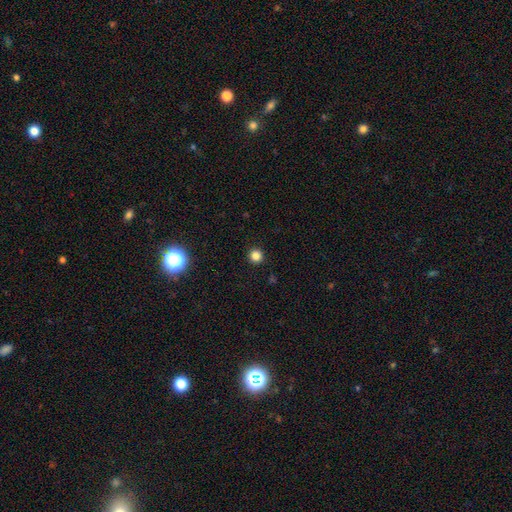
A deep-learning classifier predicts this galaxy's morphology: Smooth or featured? smooth (83%)
How rounded? round (95%)
Merging? none (93%)